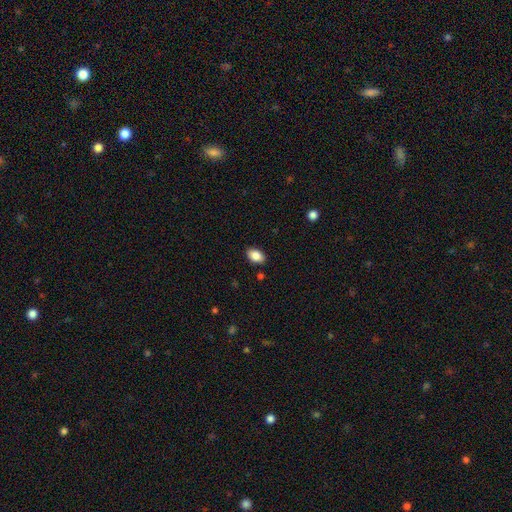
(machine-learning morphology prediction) This appears to be a smooth galaxy with no disk features (87%) that is in between round and cigar-shaped (90%). Merging: none (88%).